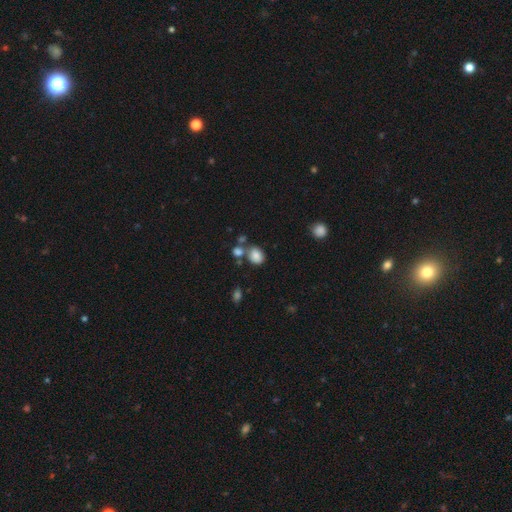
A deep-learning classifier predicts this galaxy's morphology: Smooth or featured? smooth (82%)
How rounded? in between (60%)
Merging? none (58%)